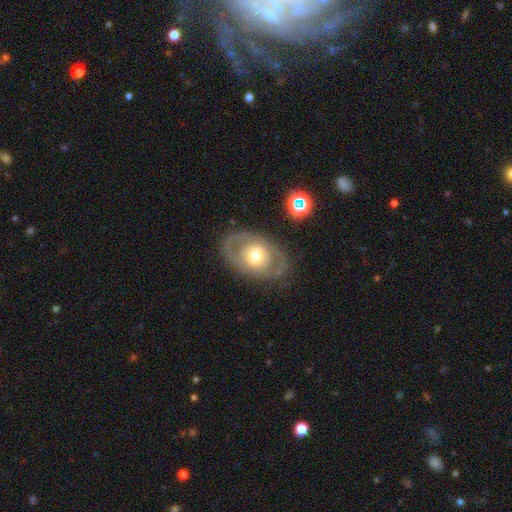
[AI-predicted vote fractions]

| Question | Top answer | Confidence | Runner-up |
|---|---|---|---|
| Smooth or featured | featured or disk | 55% | smooth (38%) |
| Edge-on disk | no | 91% | yes (9%) |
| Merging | none | 75% | minor disturbance (15%) |